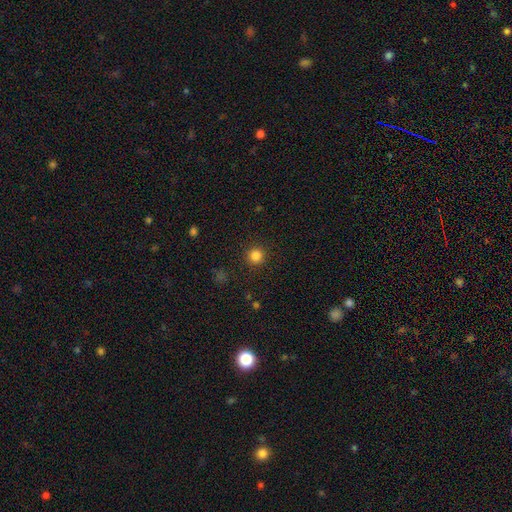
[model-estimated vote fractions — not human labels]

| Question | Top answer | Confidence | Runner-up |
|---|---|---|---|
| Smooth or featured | smooth | 84% | star or artifact (12%) |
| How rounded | round | 94% | in between (5%) |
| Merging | none | 91% | minor disturbance (5%) |